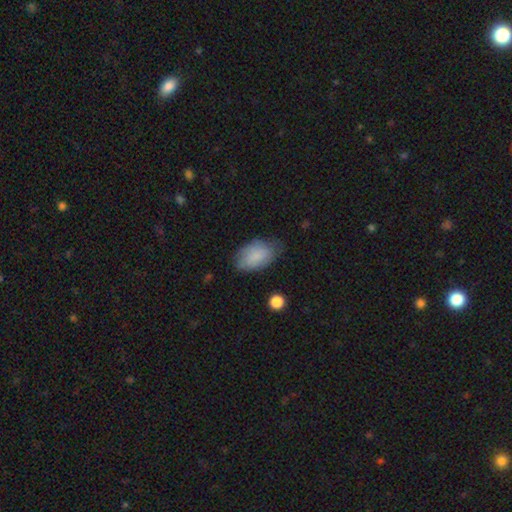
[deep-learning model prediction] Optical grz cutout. It shows a smooth galaxy with no disk features (84%) that is in between round and cigar-shaped (92%). Merging: none (64%).